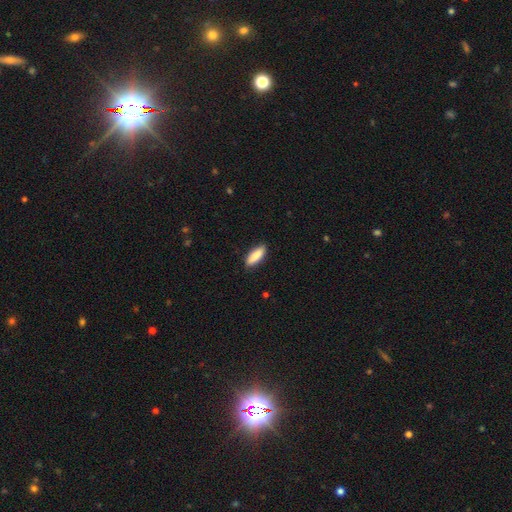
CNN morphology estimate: smooth 88%, featured or disk 6%, star or artifact 6%. Down the decision tree: how rounded — in between (60%); merging — none (87%).